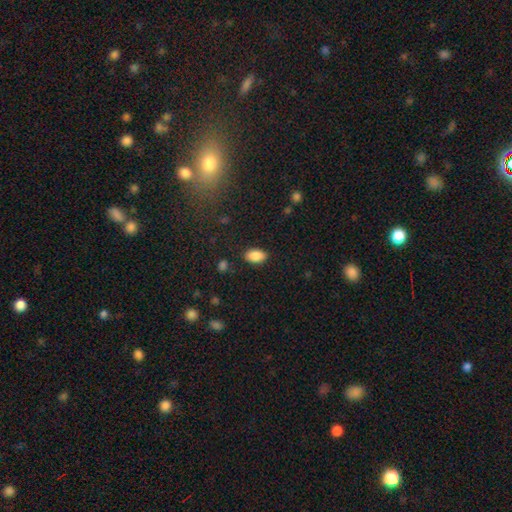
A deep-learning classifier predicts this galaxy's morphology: This is clearly a smooth galaxy (87%). How rounded: clearly in between (91%). Merging: clearly none (86%).